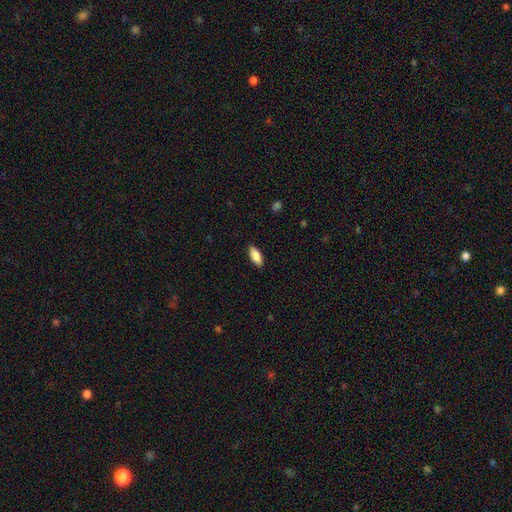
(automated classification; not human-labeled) The model was most divided on "how rounded": in between: 79%, cigar-shaped: 19%, round: 2%. More confident: merging — none (89%); smooth or featured — smooth (85%).